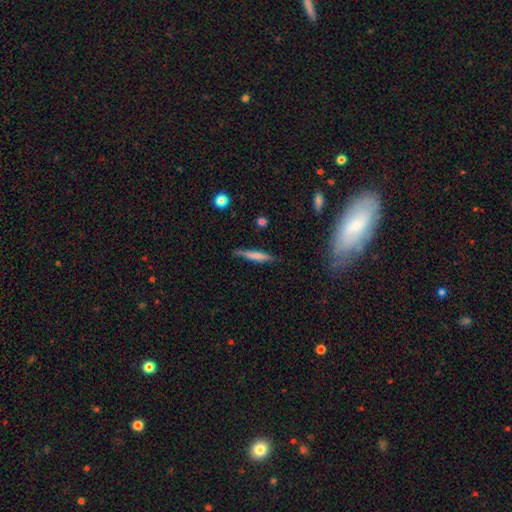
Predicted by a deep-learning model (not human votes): Smooth or featured? smooth (61%)
How rounded? cigar-shaped (90%)
Merging? none (77%)